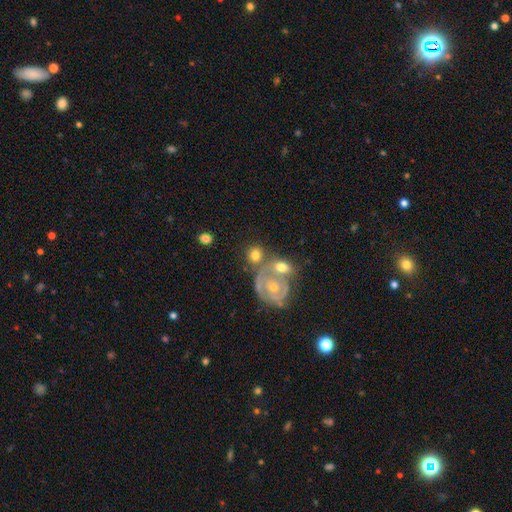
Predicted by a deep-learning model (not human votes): The model was most divided on "merging": none: 44%, merger: 36%, minor disturbance: 13%, major disturbance: 7%. Remaining: smooth or featured — smooth (50%).